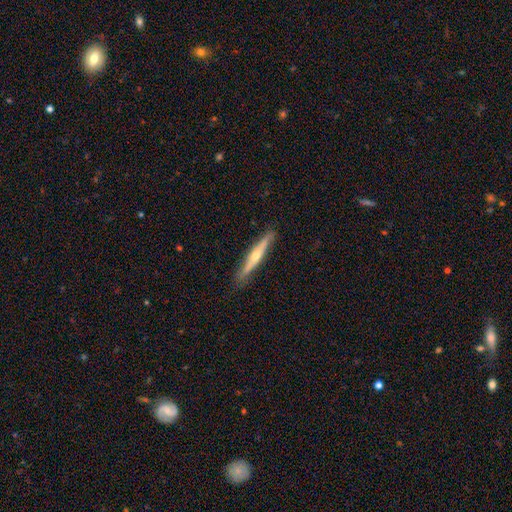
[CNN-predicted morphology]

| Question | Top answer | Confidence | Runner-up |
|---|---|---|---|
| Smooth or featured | featured or disk | 61% | smooth (33%) |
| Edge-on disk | yes | 93% | no (7%) |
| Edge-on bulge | rounded | 83% | none (14%) |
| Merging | none | 85% | minor disturbance (12%) |